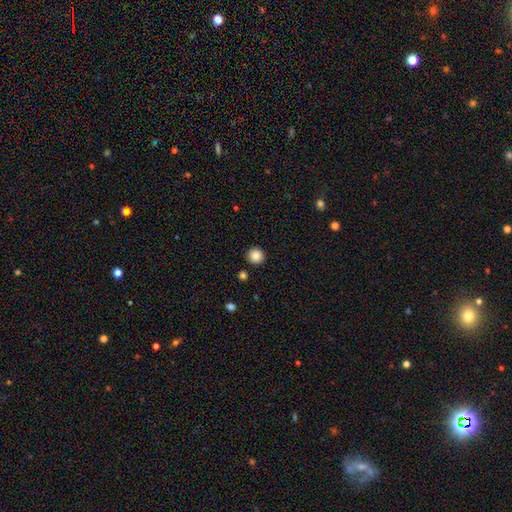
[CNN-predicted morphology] The model was most divided on "smooth or featured": smooth: 87%, star or artifact: 10%, featured or disk: 3%. More confident: how rounded — round (95%); merging — none (91%).